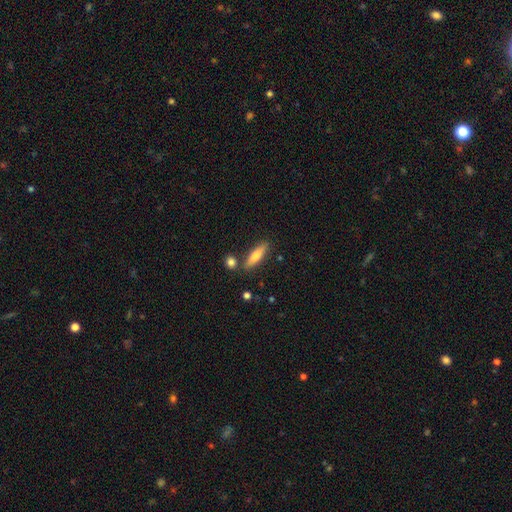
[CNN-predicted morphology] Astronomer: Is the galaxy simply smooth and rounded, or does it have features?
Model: smooth — 69%.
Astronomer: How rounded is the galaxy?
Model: cigar-shaped — 64%.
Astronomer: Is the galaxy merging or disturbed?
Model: none — 80%.